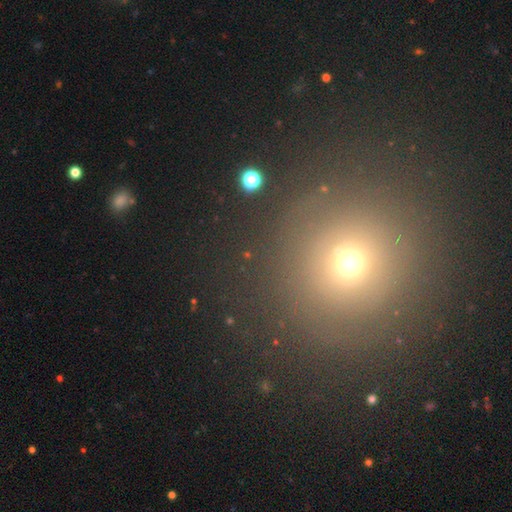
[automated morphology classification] A smooth galaxy with no disk features (60%) that is round (93%).

Vote fractions:
- Smooth or featured? smooth: 60% / star or artifact: 29% / featured or disk: 11%
- How rounded? round: 93% / in between: 6% / cigar-shaped: 1%
- Merging? none: 88% / minor disturbance: 6% / major disturbance: 4% / merger: 2%